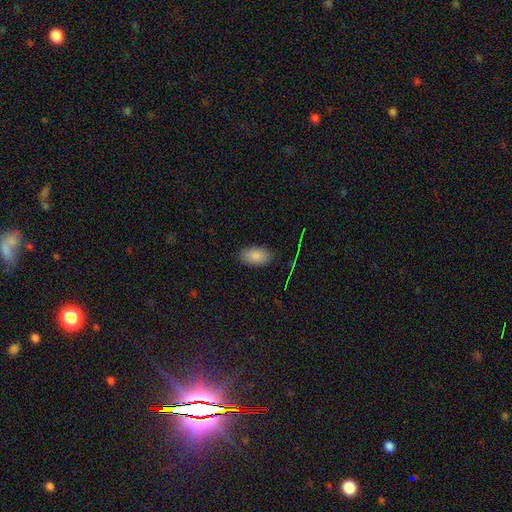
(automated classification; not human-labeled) Smooth or featured? smooth (86%)
How rounded? in between (93%)
Merging? none (86%)